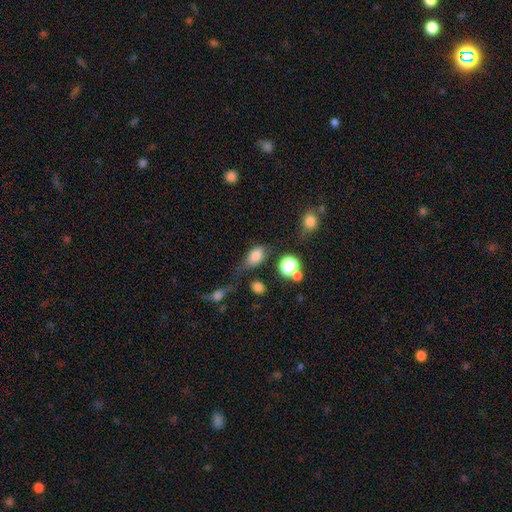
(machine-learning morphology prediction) smooth_or_featured: smooth (p=0.79) [alt: star or artifact p=0.12]
how_rounded: in between (p=0.83) [alt: round p=0.14]
merging: none (p=0.56) [alt: minor disturbance p=0.21]